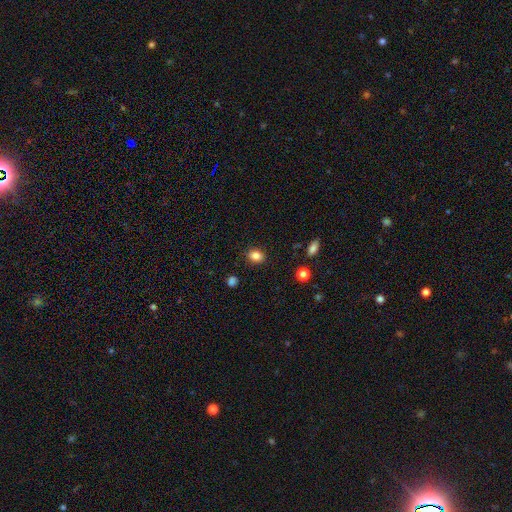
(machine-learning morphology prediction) smooth 85%, star or artifact 10%, featured or disk 4%. Down the decision tree: how rounded — in between (65%); merging — none (87%).